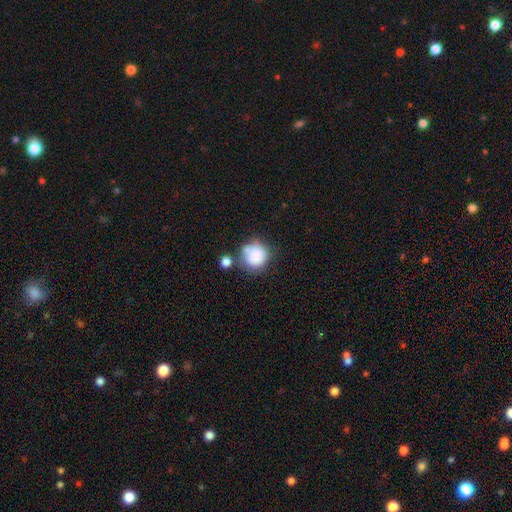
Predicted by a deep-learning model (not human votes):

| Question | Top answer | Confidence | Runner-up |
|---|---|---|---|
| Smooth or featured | smooth | 82% | star or artifact (9%) |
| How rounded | round | 87% | in between (12%) |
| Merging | none | 56% | merger (20%) |